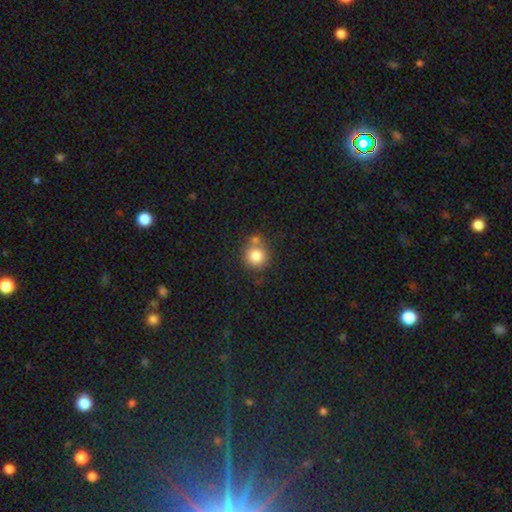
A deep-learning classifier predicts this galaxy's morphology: Smooth or featured: smooth — 81% (star or artifact — 10%)
How rounded: round — 91% (in between — 8%)
Merging: none — 64% (merger — 22%)